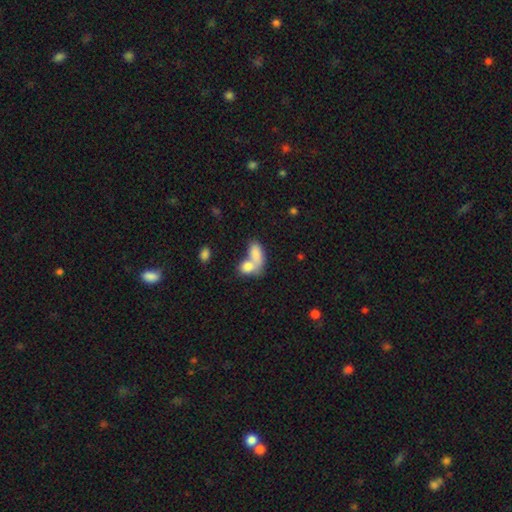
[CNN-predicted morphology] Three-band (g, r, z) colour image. It shows a smooth galaxy with no disk features (80%) that is in between round and cigar-shaped (85%). Merging: merger (68%).